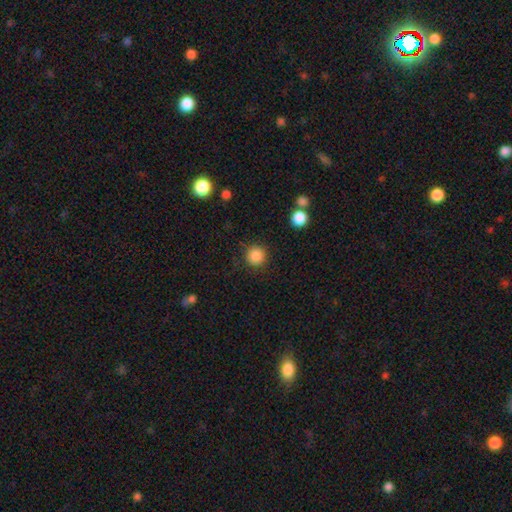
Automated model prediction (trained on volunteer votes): Smooth or featured: smooth — 87% (star or artifact — 10%)
How rounded: round — 95% (in between — 4%)
Merging: none — 89% (minor disturbance — 6%)